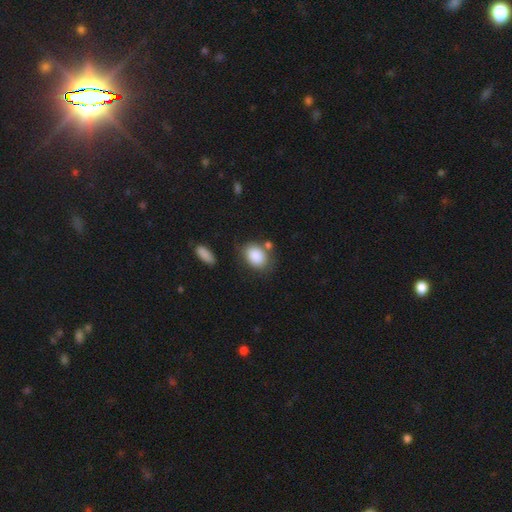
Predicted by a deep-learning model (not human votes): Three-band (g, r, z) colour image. It shows a smooth galaxy with no disk features (87%) that is in between round and cigar-shaped (69%). Merging: none (67%).